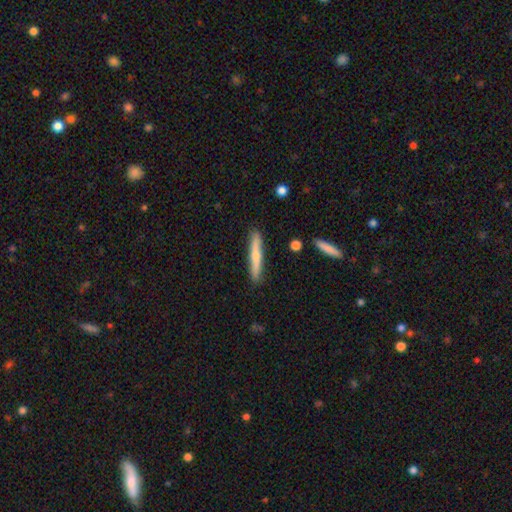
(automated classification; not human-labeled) This is possibly a smooth galaxy (54%). How rounded: clearly cigar-shaped (94%). Merging: clearly none (88%).